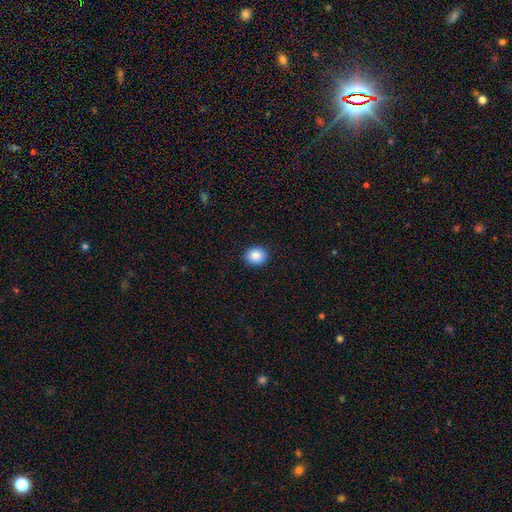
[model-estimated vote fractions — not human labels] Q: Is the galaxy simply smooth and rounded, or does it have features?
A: smooth — 87%.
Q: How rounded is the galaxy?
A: round — 65%.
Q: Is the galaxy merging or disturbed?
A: none — 91%.